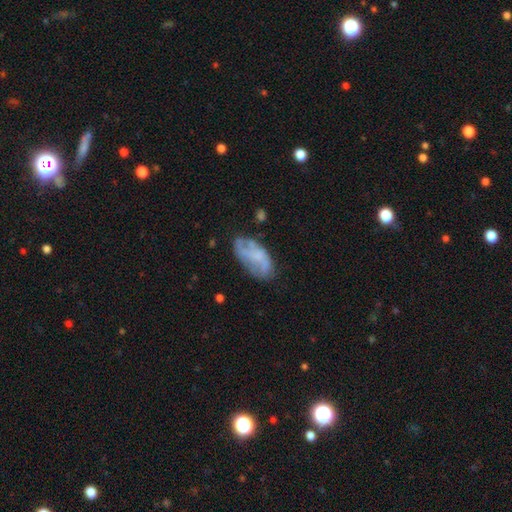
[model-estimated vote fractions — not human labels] Smooth or featured?
  - featured or disk: 51% *
  - smooth: 41%
  - star or artifact: 8%
Edge-on disk?
  - no: 94% *
  - yes: 6%
Merging?
  - none: 53% *
  - minor disturbance: 27%
  - major disturbance: 15%
  - merger: 5%